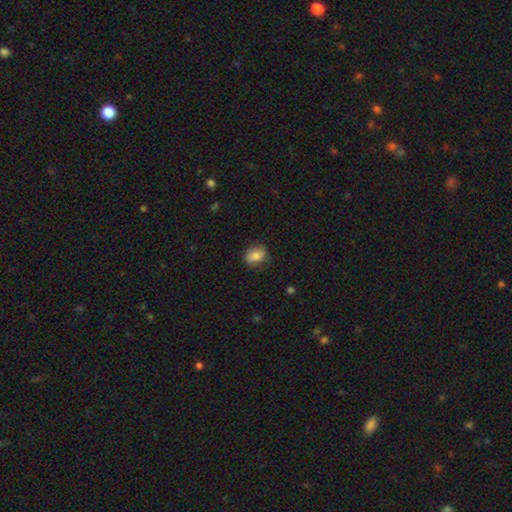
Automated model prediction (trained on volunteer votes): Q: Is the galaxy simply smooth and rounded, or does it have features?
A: smooth — 82%.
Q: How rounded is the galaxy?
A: in between — 62%.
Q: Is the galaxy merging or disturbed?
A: none — 77%.